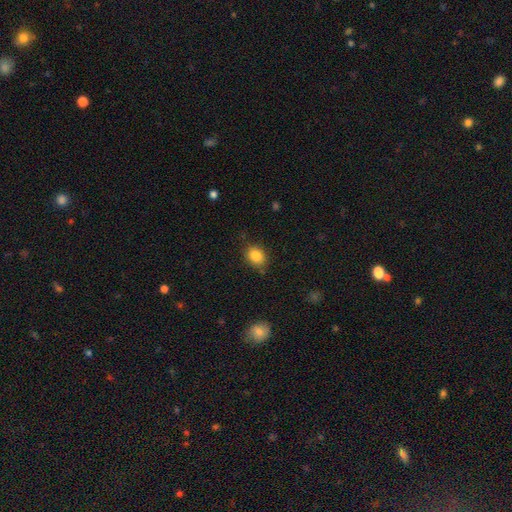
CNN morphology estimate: This is clearly a smooth galaxy (85%). How rounded: possibly in between (53%). Merging: clearly none (81%).